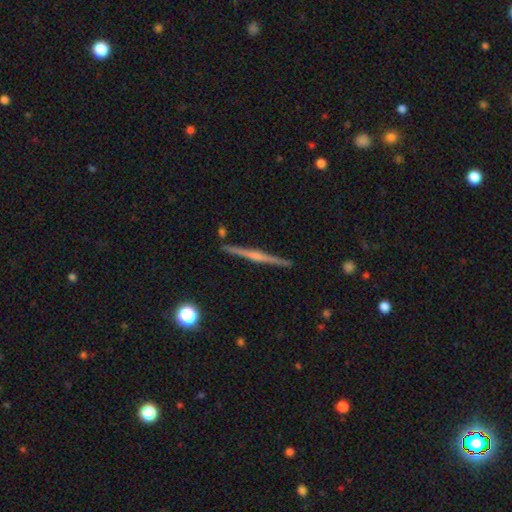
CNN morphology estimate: smooth_or_featured: featured or disk (p=0.78) [alt: smooth p=0.16]
disk_edge_on: yes (p=0.99) [alt: no p=0.01]
edge_on_bulge: rounded (p=0.67) [alt: none p=0.21]
merging: none (p=0.92) [alt: minor disturbance p=0.06]